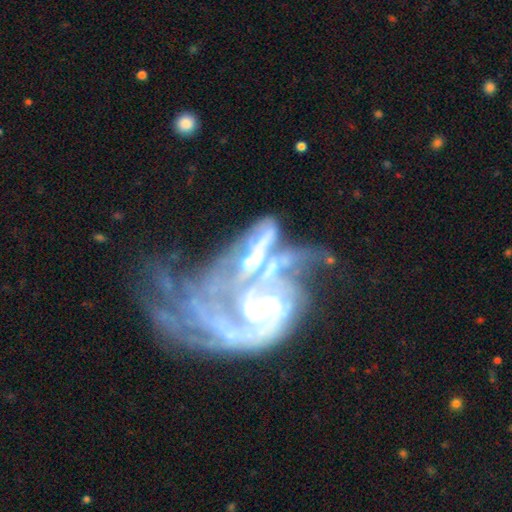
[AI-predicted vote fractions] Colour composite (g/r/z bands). It shows a featured or disk galaxy (82%) with no bar (52%), 2 (36%) tight (43%) spiral arms (81%) and a moderate central bulge (44%). Merging: merger (60%).